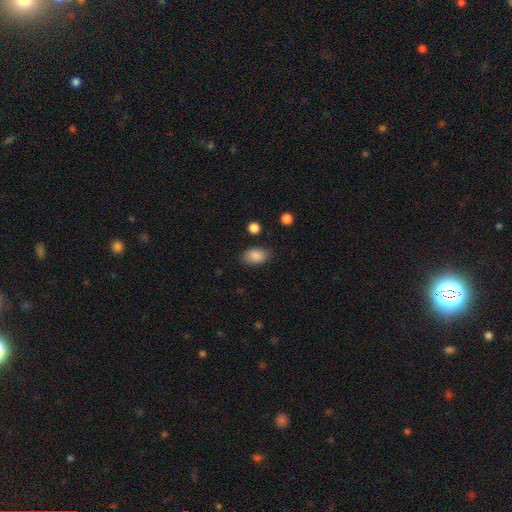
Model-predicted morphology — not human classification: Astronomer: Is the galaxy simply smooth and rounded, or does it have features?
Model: smooth — 87%.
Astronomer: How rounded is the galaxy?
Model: in between — 89%.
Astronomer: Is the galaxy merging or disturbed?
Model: none — 82%.